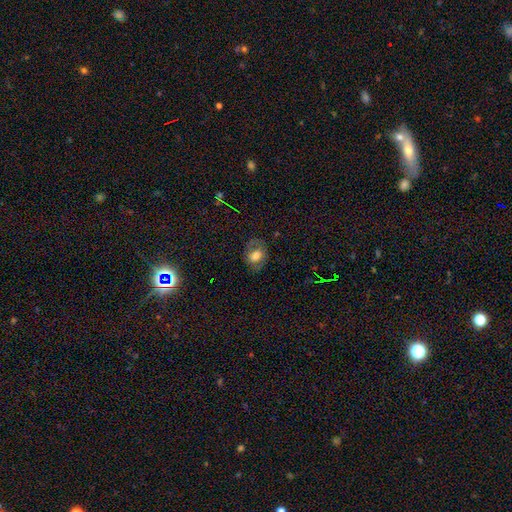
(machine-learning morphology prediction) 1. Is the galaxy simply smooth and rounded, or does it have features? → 57% smooth, 32% featured or disk, 10% star or artifact.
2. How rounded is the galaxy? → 64% in between, 34% round, 1% cigar-shaped.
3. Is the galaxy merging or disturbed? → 71% none, 19% minor disturbance, 9% major disturbance, 1% merger.